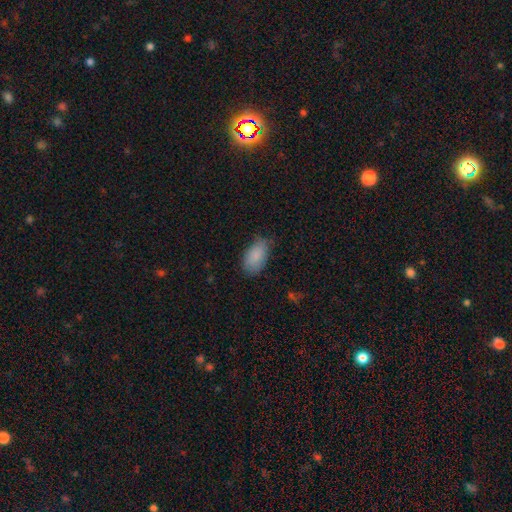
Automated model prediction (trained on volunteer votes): smooth-or-featured: smooth: 87% | star or artifact: 7% | featured or disk: 7%
  how-rounded: in between: 94% | round: 4% | cigar-shaped: 2%
  merging: none: 63% | minor disturbance: 30% | major disturbance: 6% | merger: 1%